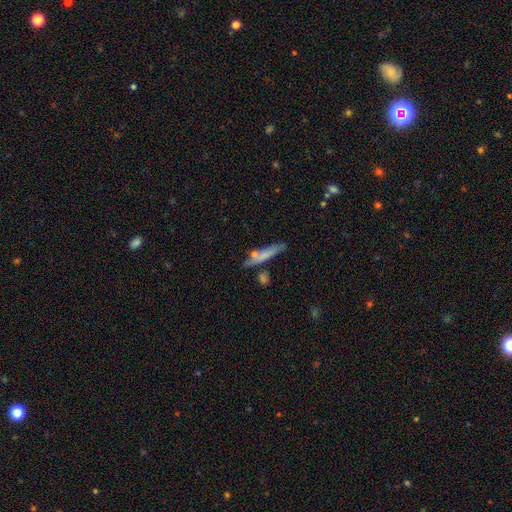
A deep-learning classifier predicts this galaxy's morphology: smooth 52%, featured or disk 37%, star or artifact 11%. Down the decision tree: how rounded — cigar-shaped (88%); merging — none (69%).